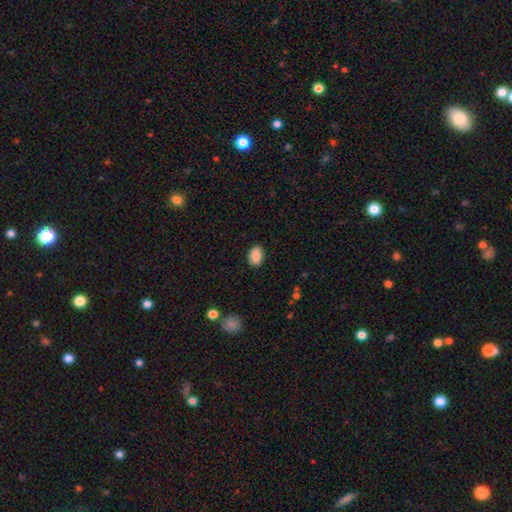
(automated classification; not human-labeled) The model was most divided on "how rounded": in between: 81%, round: 17%, cigar-shaped: 1%. More confident: smooth or featured — smooth (89%); merging — none (88%).